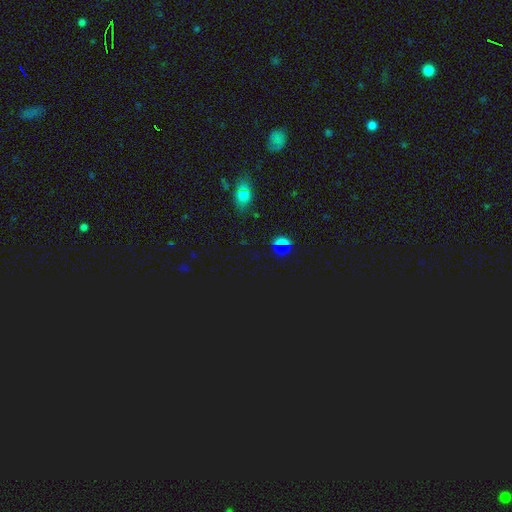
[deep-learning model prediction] A star or artifact, not a galaxy (68%).

Vote fractions:
- Smooth or featured? star or artifact: 68% / smooth: 25% / featured or disk: 7%